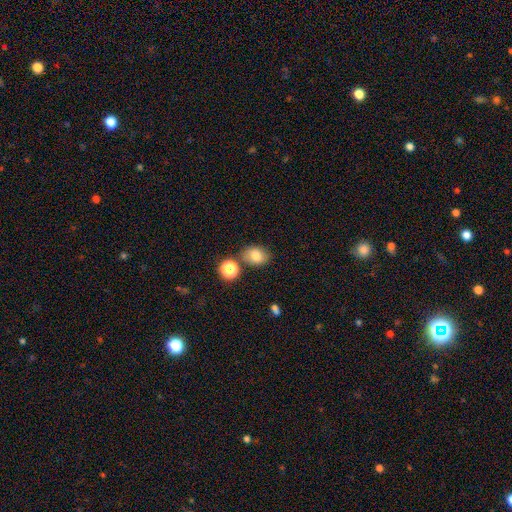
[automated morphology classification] Smooth or featured: smooth — 77% (star or artifact — 13%)
How rounded: in between — 60% (round — 39%)
Merging: none — 76% (minor disturbance — 12%)